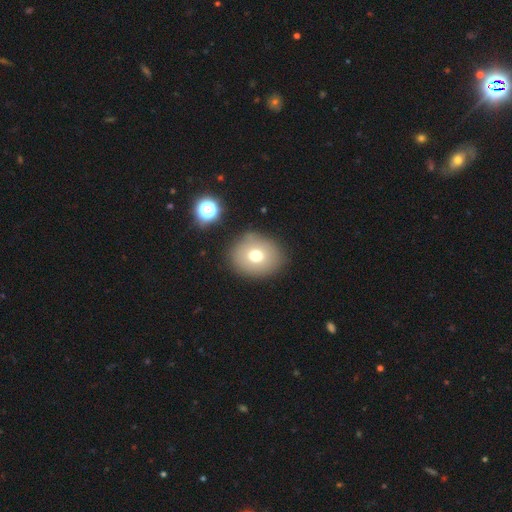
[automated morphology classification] Smooth or featured? smooth (71%)
How rounded? round (64%)
Merging? none (81%)